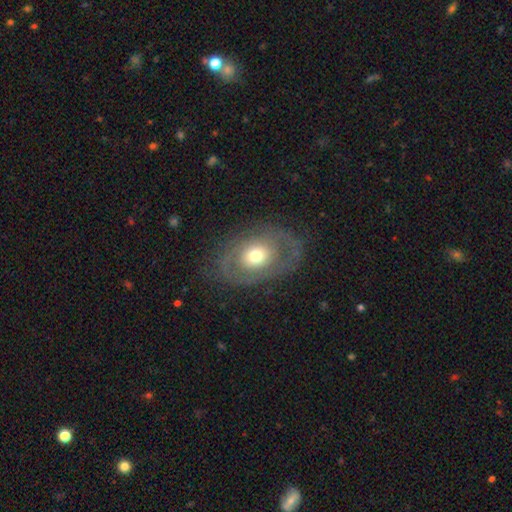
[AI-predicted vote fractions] A featured or disk galaxy (56%) with no bar (85%), no spiral arms (61%) and a moderate central bulge (62%). Merging: none (71%).